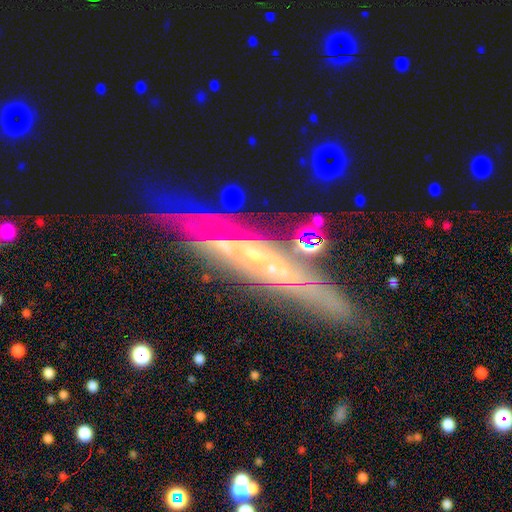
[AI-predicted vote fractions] Q: Smooth or featured?
A: featured or disk (72%); runner-up: smooth (16%)
Q: Edge-on disk?
A: yes (76%); runner-up: no (24%)
Q: Edge-on bulge?
A: none (59%); runner-up: rounded (34%)
Q: Merging?
A: none (72%); runner-up: minor disturbance (17%)